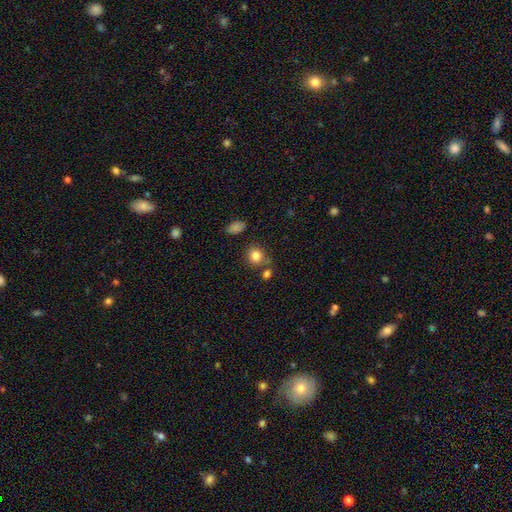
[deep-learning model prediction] This appears to be a smooth galaxy with no disk features (83%) that is round (83%). Merging: none (72%).